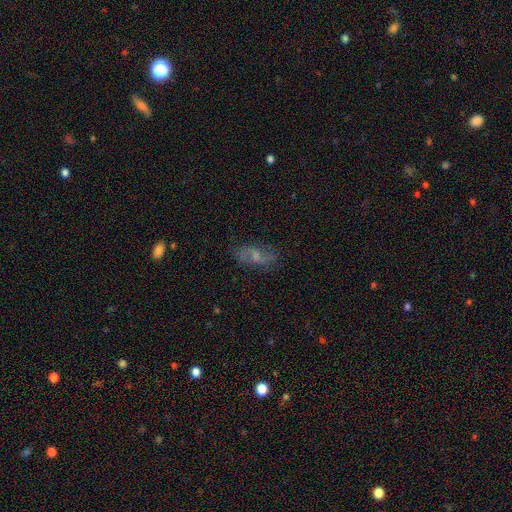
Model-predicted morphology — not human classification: featured or disk 53%, smooth 35%, star or artifact 12%. Down the decision tree: edge-on disk — no (90%); merging — none (71%).